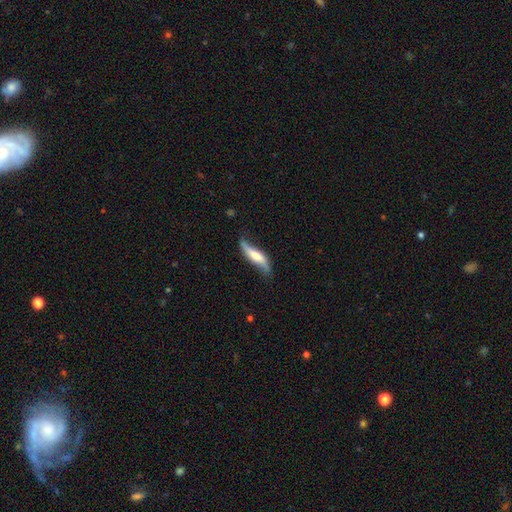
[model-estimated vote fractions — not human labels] Smooth or featured? Predicted: featured or disk (p=0.59). Edge-on disk? Predicted: no (p=0.55). Merging? Predicted: none (p=0.56).